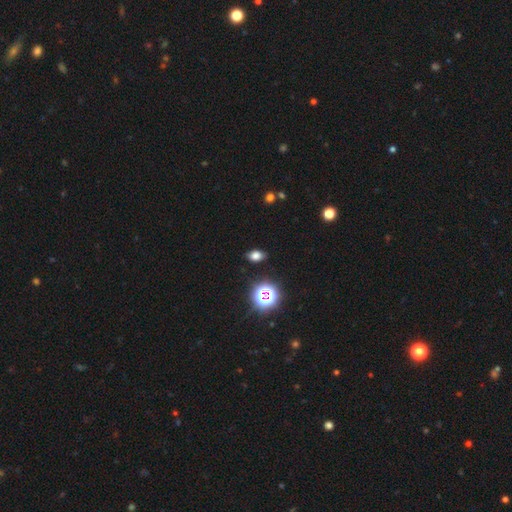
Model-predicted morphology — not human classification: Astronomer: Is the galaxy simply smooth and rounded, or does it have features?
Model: smooth — 71%.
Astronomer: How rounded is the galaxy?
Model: in between — 82%.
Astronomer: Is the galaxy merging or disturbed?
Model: none — 87%.